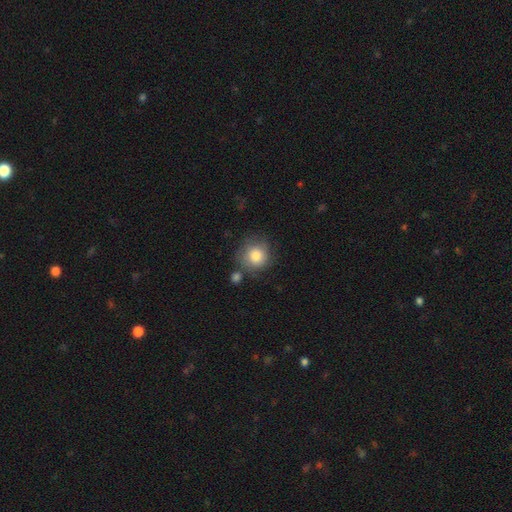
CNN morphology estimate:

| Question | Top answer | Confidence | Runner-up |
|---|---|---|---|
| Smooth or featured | smooth | 79% | featured or disk (13%) |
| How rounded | round | 90% | in between (9%) |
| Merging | none | 66% | minor disturbance (19%) |